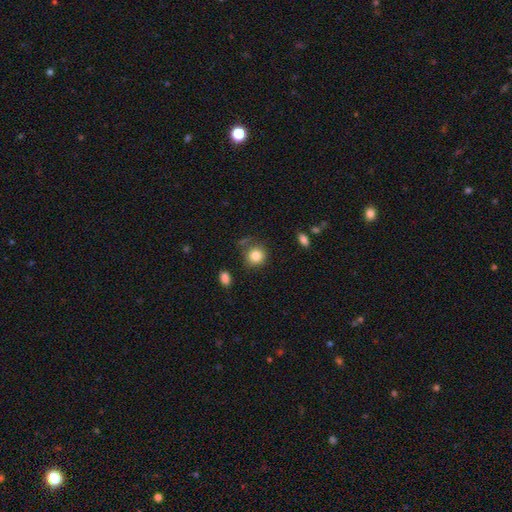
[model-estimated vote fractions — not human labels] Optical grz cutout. It shows a smooth galaxy with no disk features (84%) that is round (88%). Merging: none (75%).